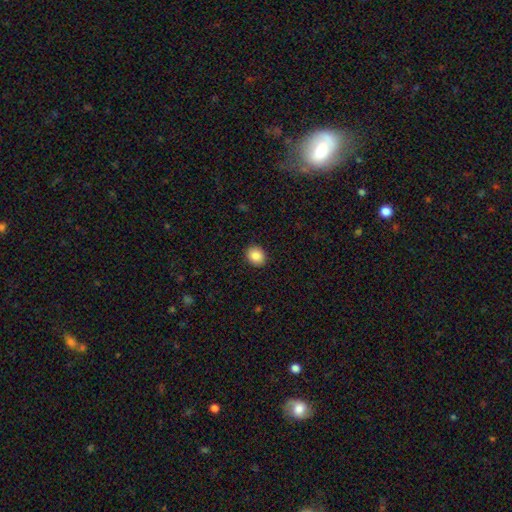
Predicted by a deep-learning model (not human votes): This appears to be a smooth galaxy with no disk features (87%) that is round (62%). Merging: none (91%).